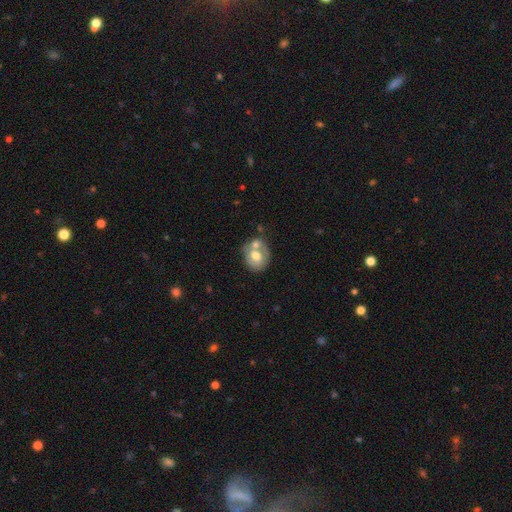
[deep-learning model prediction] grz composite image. It shows a smooth galaxy with no disk features (50%). Merging: none (39%).